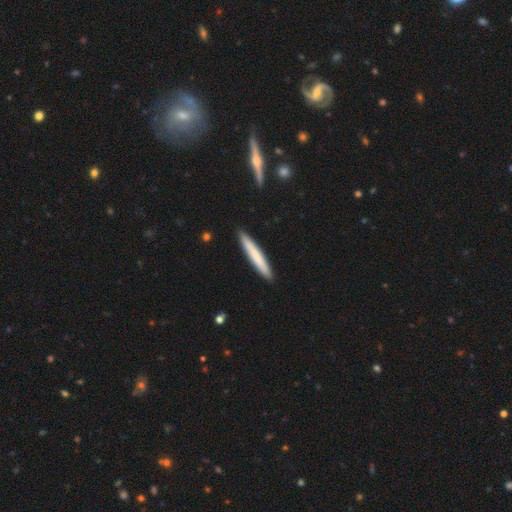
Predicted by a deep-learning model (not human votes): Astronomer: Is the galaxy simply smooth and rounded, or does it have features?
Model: smooth — 74%.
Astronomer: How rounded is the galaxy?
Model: cigar-shaped — 95%.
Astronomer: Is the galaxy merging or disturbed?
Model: none — 92%.